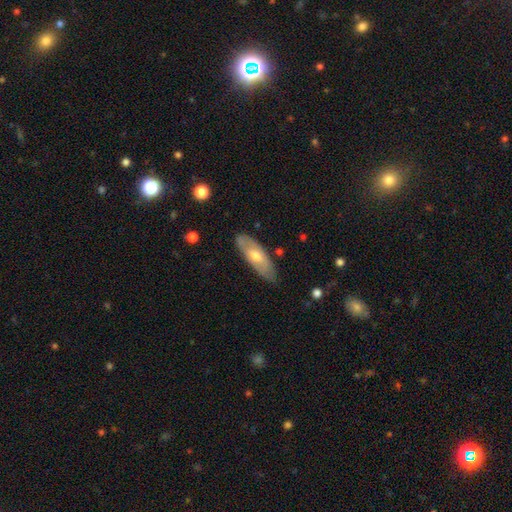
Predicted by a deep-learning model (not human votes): Overall: smooth (49%; featured or disk 45%). Merging: none (80%).